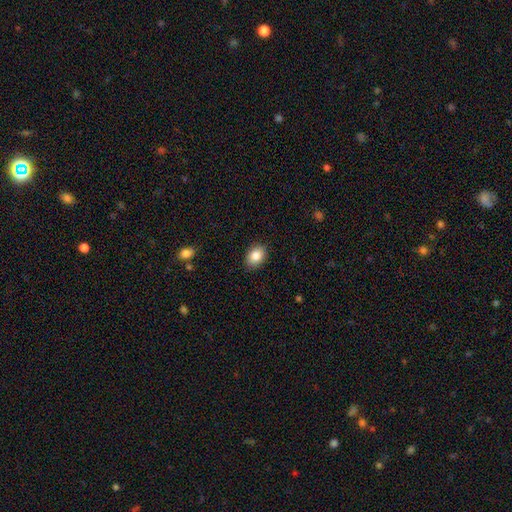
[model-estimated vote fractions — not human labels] smooth 86%, star or artifact 8%, featured or disk 6%. Down the decision tree: how rounded — in between (74%); merging — none (88%).